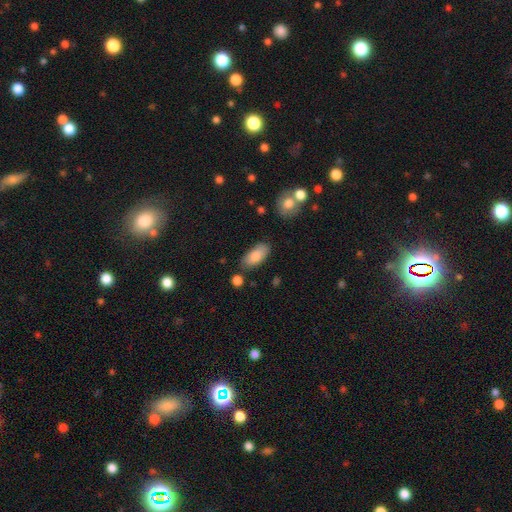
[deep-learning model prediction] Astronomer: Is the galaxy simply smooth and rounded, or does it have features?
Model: smooth — 84%.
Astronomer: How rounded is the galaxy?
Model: in between — 90%.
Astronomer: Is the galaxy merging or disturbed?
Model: none — 75%.